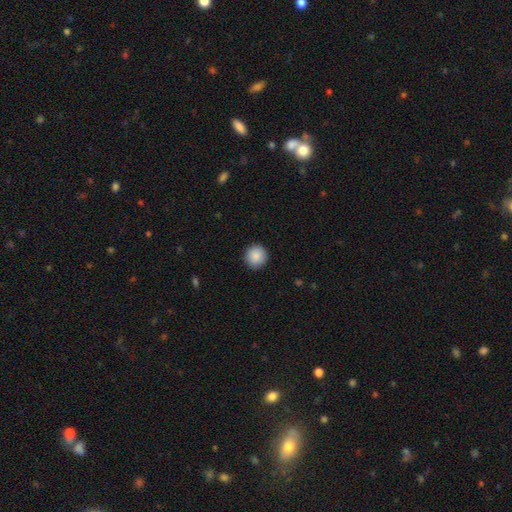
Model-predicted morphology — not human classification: smooth 89%, star or artifact 8%, featured or disk 3%. Down the decision tree: how rounded — round (95%); merging — none (91%).